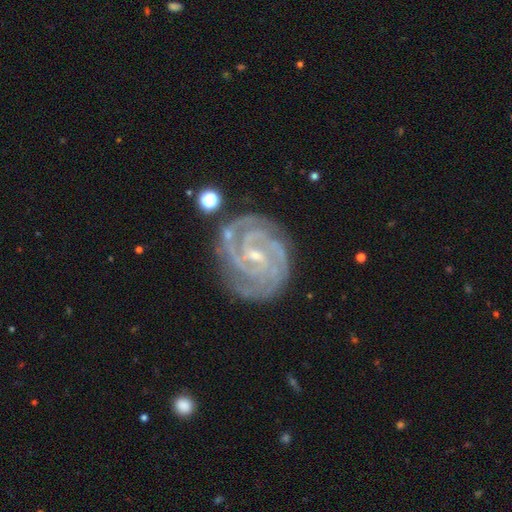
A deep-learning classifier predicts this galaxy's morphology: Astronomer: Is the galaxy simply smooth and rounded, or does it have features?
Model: featured or disk — 93%.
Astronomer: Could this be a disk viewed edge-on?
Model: no — 98%.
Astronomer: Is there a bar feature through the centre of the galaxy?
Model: weak — 47% (runner-up: no, 31%).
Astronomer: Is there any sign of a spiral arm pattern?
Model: yes — 99%.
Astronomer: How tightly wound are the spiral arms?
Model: tight — 78%.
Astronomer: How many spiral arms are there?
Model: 3 — 33% (runner-up: 2, 28%).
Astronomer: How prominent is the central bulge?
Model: small — 73%.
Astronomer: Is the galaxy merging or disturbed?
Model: none — 78%.